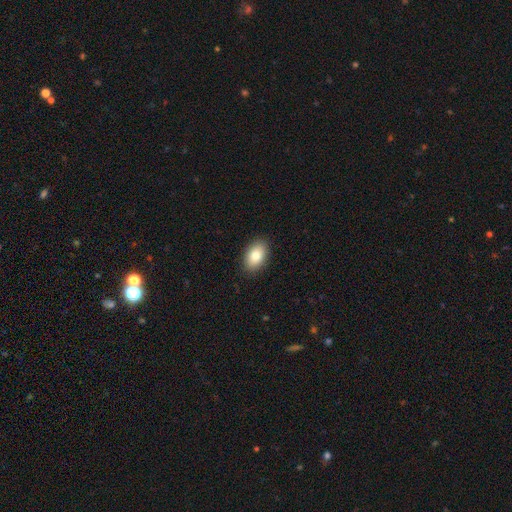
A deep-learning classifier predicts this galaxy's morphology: smooth 82%, featured or disk 10%, star or artifact 7%. Down the decision tree: how rounded — in between (90%); merging — none (89%).